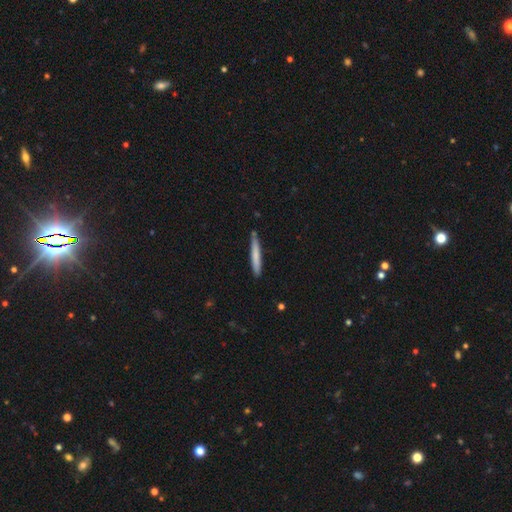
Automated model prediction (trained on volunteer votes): Smooth or featured?
  - smooth: 73% *
  - featured or disk: 22%
  - star or artifact: 5%
How rounded?
  - cigar-shaped: 96% *
  - in between: 3%
  - round: 1%
Merging?
  - none: 84% *
  - minor disturbance: 12%
  - merger: 3%
  - major disturbance: 2%